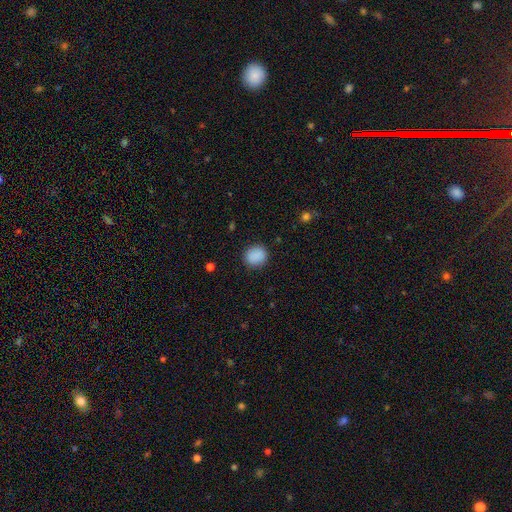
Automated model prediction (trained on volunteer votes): Smooth or featured? Predicted: smooth (p=0.89). How rounded? Predicted: round (p=0.76). Merging? Predicted: none (p=0.87).